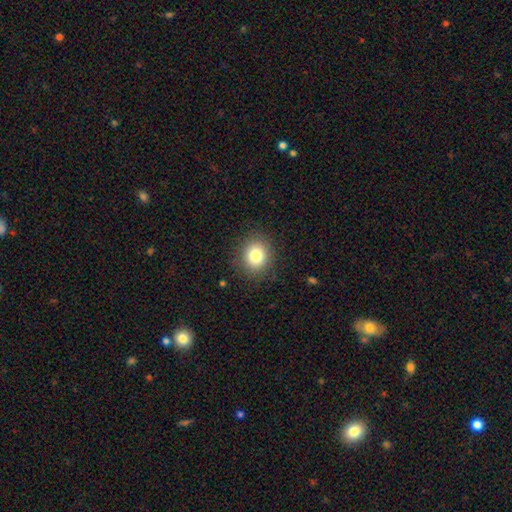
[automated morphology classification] type=smooth (81%); roundness=round (77%); merging=none (88%).